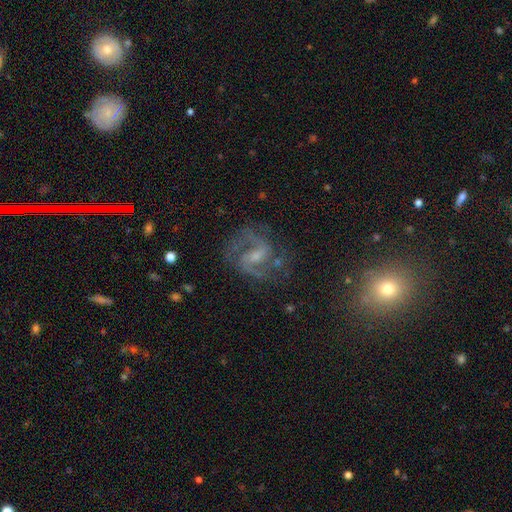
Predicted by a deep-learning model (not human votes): featured or disk 86%, star or artifact 8%, smooth 6%. Down the decision tree: edge-on disk — no (98%); bar — weak (56%); spiral arms — yes (96%); spiral arm count — 2 (88%); spiral winding — medium (60%); bulge size — small (46%); merging — none (70%).